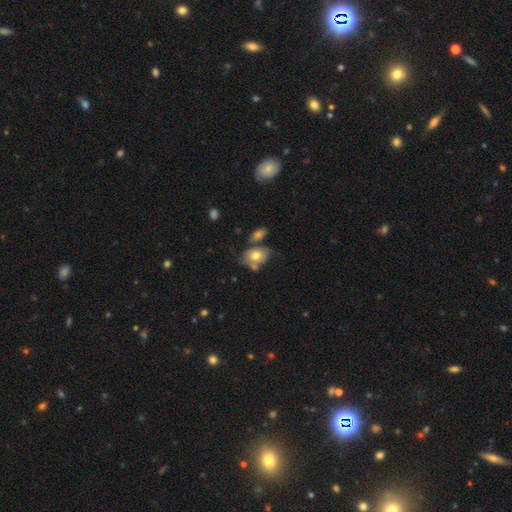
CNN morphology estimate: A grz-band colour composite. It shows a smooth galaxy with no disk features (63%) that is in between round and cigar-shaped (75%). Merging: none (40%).